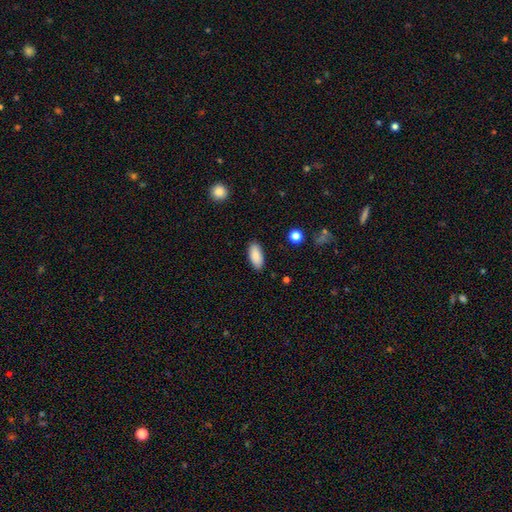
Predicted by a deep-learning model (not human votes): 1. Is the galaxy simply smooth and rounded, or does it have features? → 89% smooth, 7% star or artifact, 4% featured or disk.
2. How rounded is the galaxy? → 87% in between, 11% cigar-shaped, 2% round.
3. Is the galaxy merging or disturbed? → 88% none, 9% minor disturbance, 2% major disturbance, 1% merger.